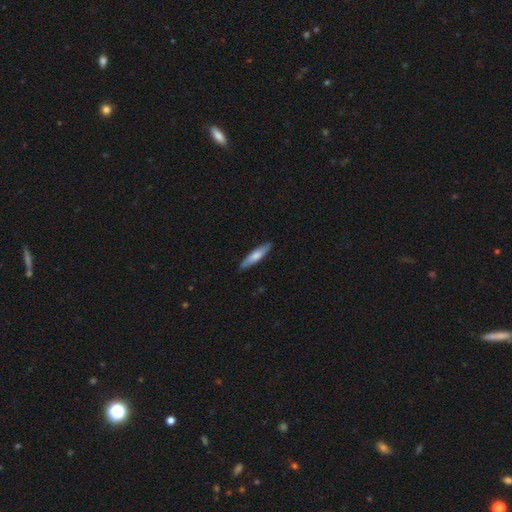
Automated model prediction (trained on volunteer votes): smooth-or-featured: smooth: 67% | featured or disk: 28% | star or artifact: 5%
  how-rounded: cigar-shaped: 83% | in between: 16% | round: 1%
  merging: none: 88% | minor disturbance: 9% | major disturbance: 2% | merger: 1%